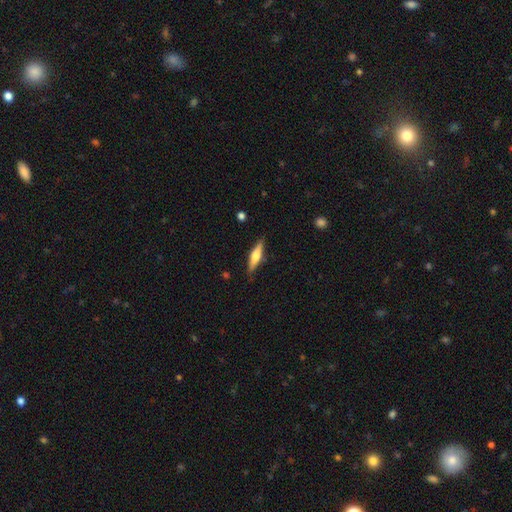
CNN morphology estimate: This appears to be a smooth galaxy with no disk features (50%) that is cigar-shaped (74%). Merging: none (85%).